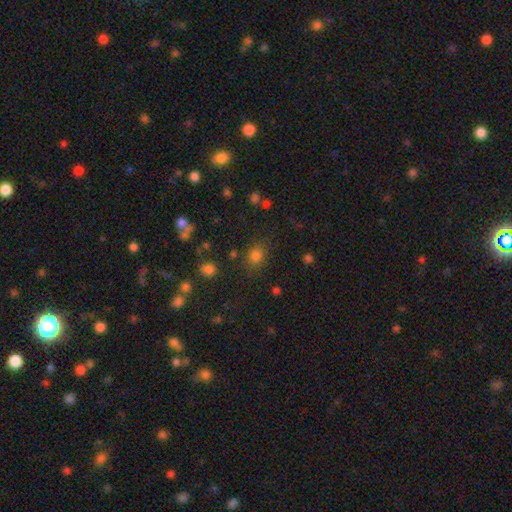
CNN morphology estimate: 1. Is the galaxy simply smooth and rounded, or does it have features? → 76% smooth, 18% star or artifact, 6% featured or disk.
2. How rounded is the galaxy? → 57% round, 42% in between, 1% cigar-shaped.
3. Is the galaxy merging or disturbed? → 78% none, 13% minor disturbance, 5% major disturbance, 4% merger.